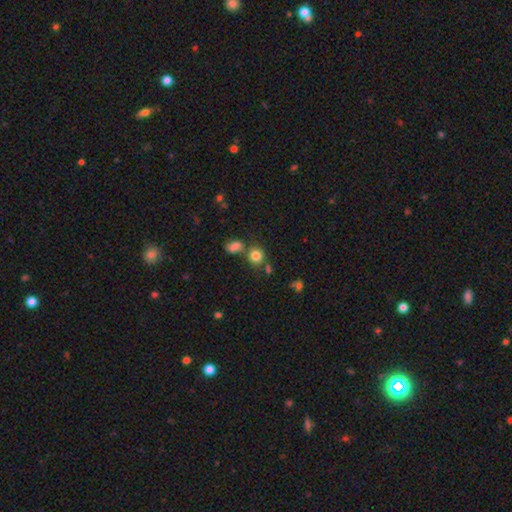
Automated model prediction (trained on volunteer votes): Morphology: type=smooth (81%); roundness=round (79%); merging=none (63%).